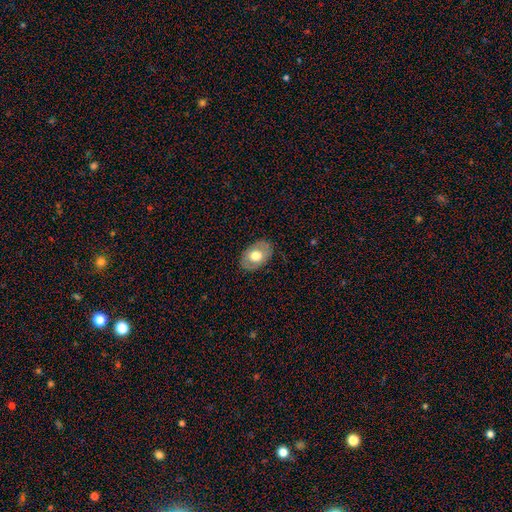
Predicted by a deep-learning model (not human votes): Q: Smooth or featured?
A: smooth (62%); runner-up: featured or disk (31%)
Q: How rounded?
A: in between (83%); runner-up: round (16%)
Q: Merging?
A: none (83%); runner-up: minor disturbance (13%)